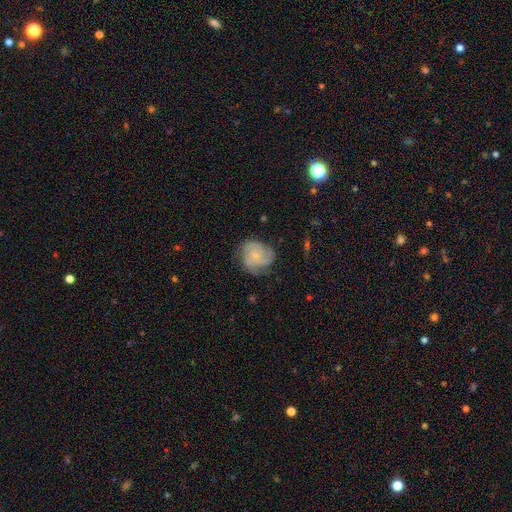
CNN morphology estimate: smooth_or_featured: featured or disk (p=0.64) [alt: smooth p=0.28]
disk_edge_on: no (p=0.98) [alt: yes p=0.02]
bar: no (p=0.81) [alt: weak p=0.17]
has_spiral_arms: yes (p=0.90) [alt: no p=0.10]
spiral_winding: tight (p=0.45) [alt: medium p=0.41]
spiral_arm_count: 3 (p=0.44) [alt: can't tell p=0.20]
bulge_size: small (p=0.76) [alt: moderate p=0.17]
merging: none (p=0.64) [alt: minor disturbance p=0.25]